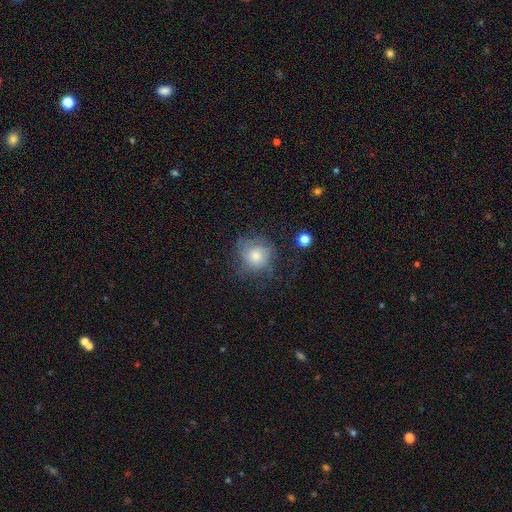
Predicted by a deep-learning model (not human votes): Smooth or featured? smooth (65%)
How rounded? round (86%)
Merging? none (59%)